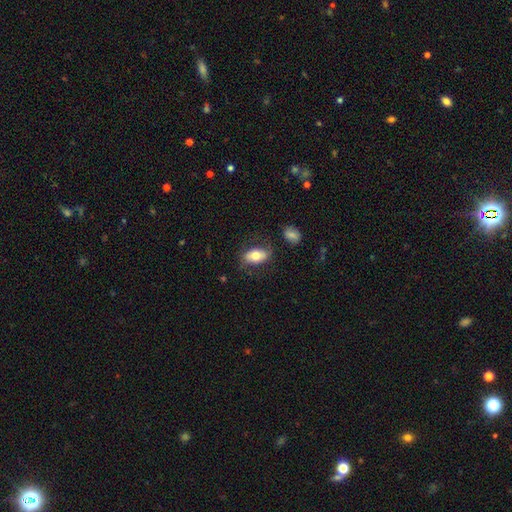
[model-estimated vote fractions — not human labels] A smooth galaxy with no disk features (69%) that is in between round and cigar-shaped (90%). Merging: none (72%).